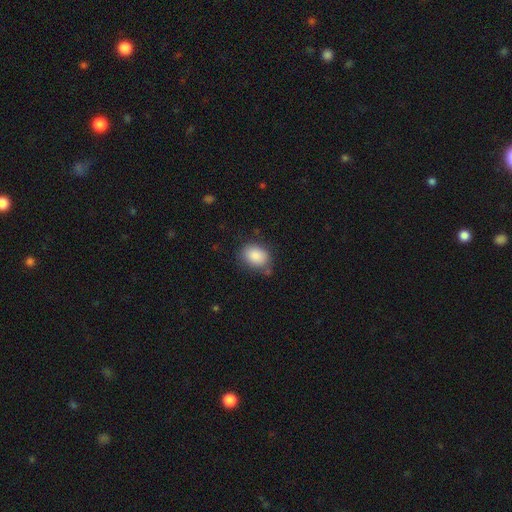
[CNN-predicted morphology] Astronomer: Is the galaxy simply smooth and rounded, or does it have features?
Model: smooth — 87%.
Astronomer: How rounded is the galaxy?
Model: in between — 71%.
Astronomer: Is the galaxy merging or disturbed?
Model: none — 69%.